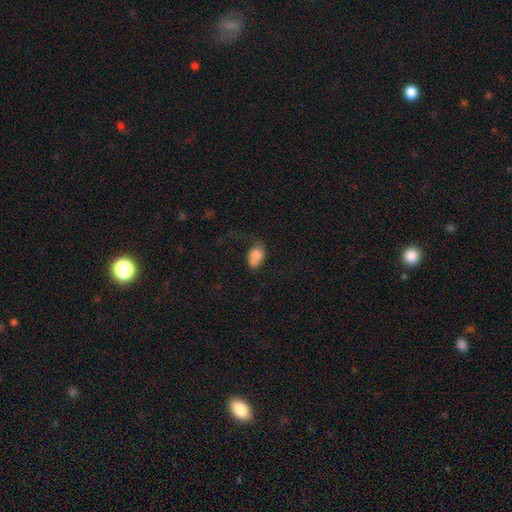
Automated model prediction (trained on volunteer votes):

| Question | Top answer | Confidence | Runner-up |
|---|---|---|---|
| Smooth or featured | smooth | 77% | featured or disk (14%) |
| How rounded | in between | 81% | round (17%) |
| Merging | none | 33% | minor disturbance (29%) |